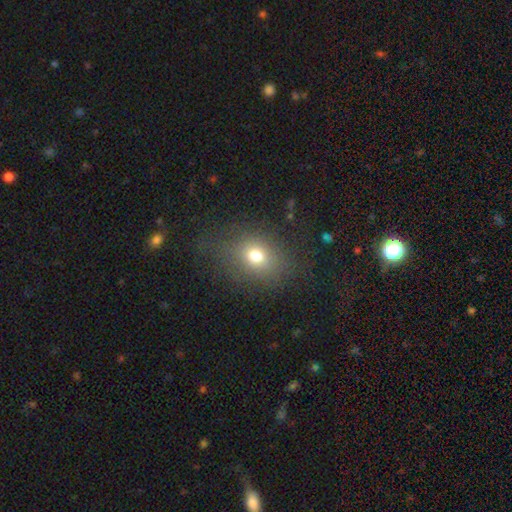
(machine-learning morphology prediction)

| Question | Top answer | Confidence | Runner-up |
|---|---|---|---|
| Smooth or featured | smooth | 71% | star or artifact (17%) |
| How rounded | round | 56% | in between (43%) |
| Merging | none | 76% | minor disturbance (13%) |